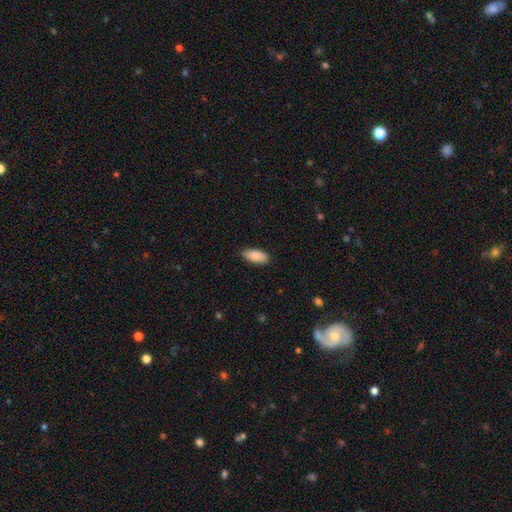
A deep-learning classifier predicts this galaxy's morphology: This is clearly a smooth galaxy (88%). How rounded: clearly in between (89%). Merging: clearly none (86%).